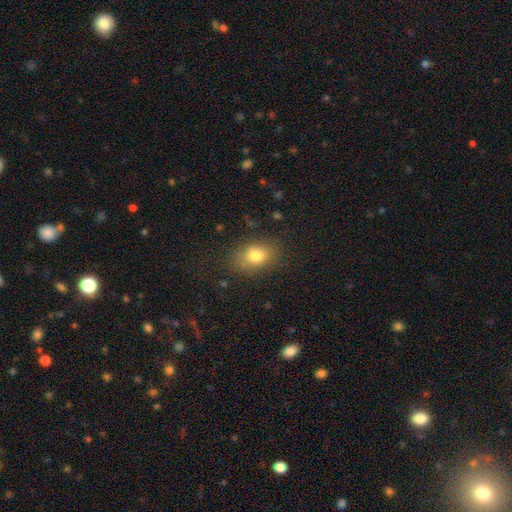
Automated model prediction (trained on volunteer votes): This is likely a smooth galaxy (77%). How rounded: likely in between (68%). Merging: likely none (78%).